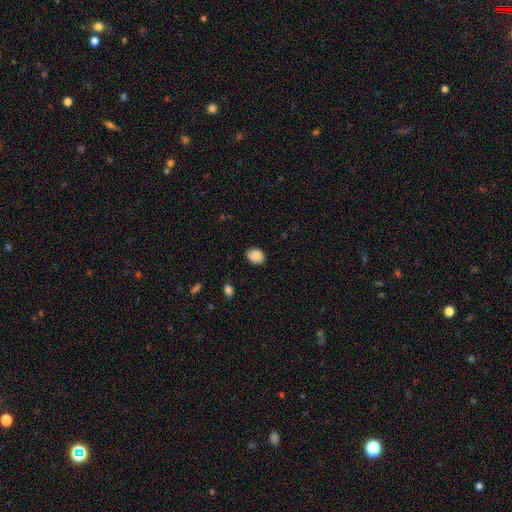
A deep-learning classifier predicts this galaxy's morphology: A smooth galaxy with no disk features (83%) that is in between round and cigar-shaped (55%).

Vote fractions:
- Smooth or featured? smooth: 83% / featured or disk: 8% / star or artifact: 8%
- How rounded? in between: 55% / round: 44% / cigar-shaped: 1%
- Merging? none: 78% / minor disturbance: 18% / major disturbance: 4% / merger: 1%